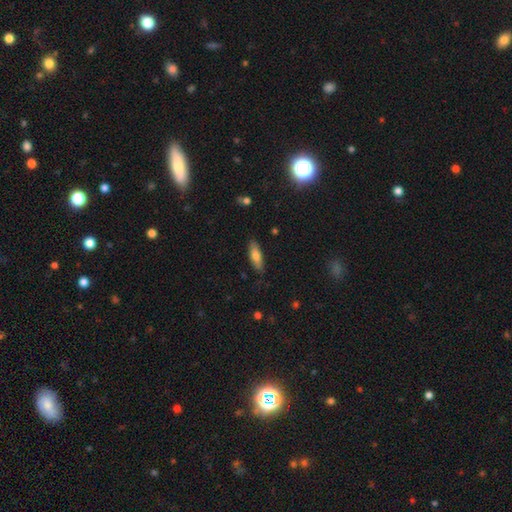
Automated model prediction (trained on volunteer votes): Smooth or featured? Predicted: smooth (p=0.73). How rounded? Predicted: in between (p=0.55). Merging? Predicted: none (p=0.84).